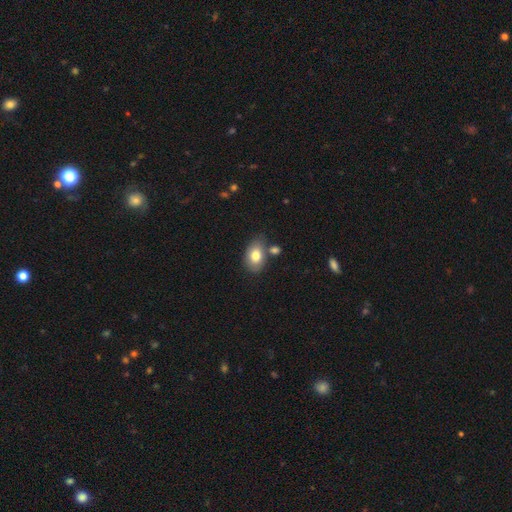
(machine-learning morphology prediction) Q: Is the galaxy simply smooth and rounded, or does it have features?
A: smooth — 78%.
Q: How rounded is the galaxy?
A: in between — 85%.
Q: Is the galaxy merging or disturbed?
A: none — 65%.